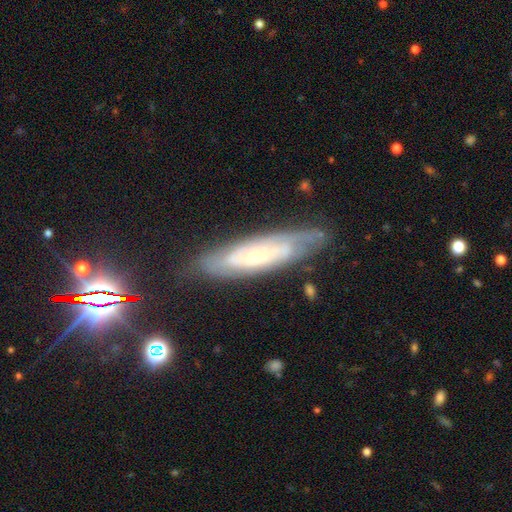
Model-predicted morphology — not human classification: Q: Smooth or featured?
A: featured or disk (73%); runner-up: smooth (20%)
Q: Edge-on disk?
A: no (72%); runner-up: yes (28%)
Q: Bar?
A: no (72%); runner-up: weak (22%)
Q: Spiral arms?
A: yes (79%); runner-up: no (21%)
Q: Bulge size?
A: small (67%); runner-up: moderate (29%)
Q: Merging?
A: none (76%); runner-up: minor disturbance (17%)